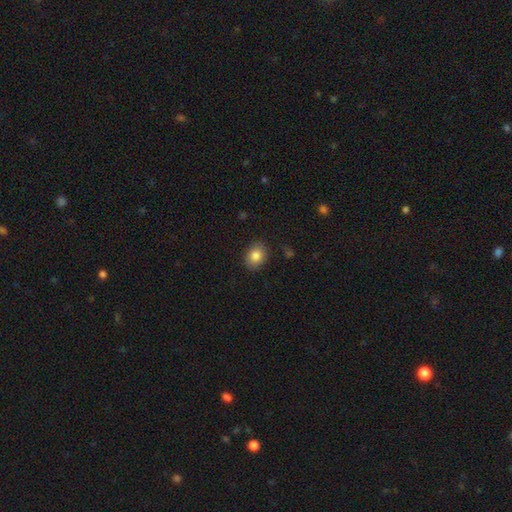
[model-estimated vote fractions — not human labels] This appears to be a smooth galaxy with no disk features (84%) that is in between round and cigar-shaped (55%). Merging: none (86%).